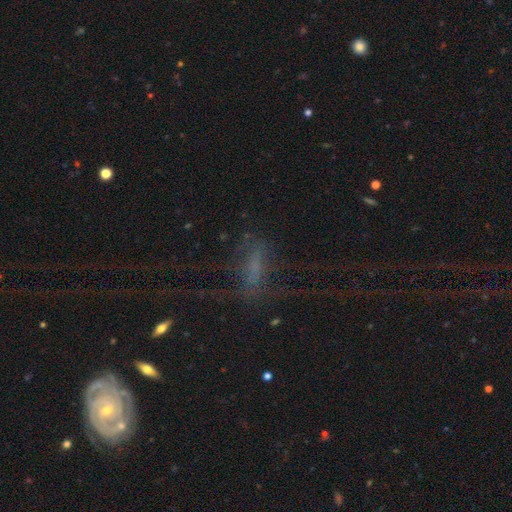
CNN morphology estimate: smooth_or_featured: featured or disk (p=0.41) [alt: smooth p=0.35]
merging: none (p=0.45) [alt: major disturbance p=0.33]